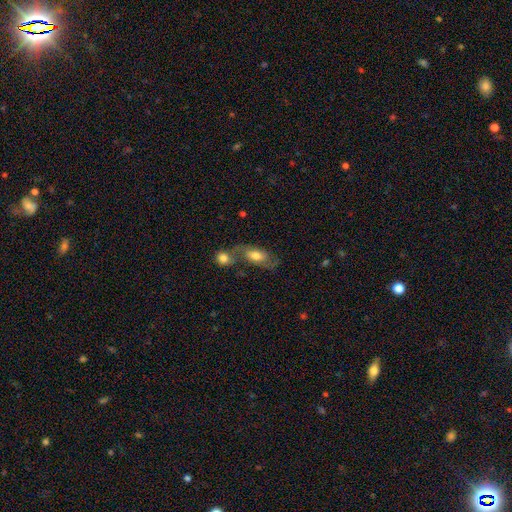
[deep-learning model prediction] smooth_or_featured: smooth (p=0.60) [alt: featured or disk p=0.33]
how_rounded: in between (p=0.83) [alt: round p=0.09]
merging: none (p=0.39) [alt: merger p=0.38]